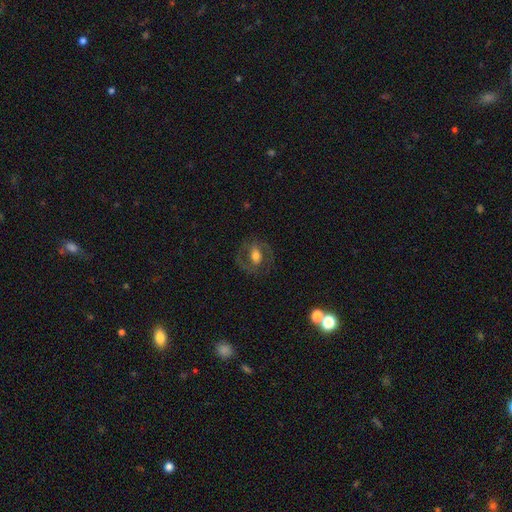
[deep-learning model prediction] Q: Smooth or featured?
A: featured or disk (64%); runner-up: smooth (29%)
Q: Edge-on disk?
A: no (95%); runner-up: yes (5%)
Q: Bar?
A: weak (36%); runner-up: no (35%)
Q: Spiral arms?
A: yes (70%); runner-up: no (30%)
Q: Bulge size?
A: moderate (62%); runner-up: large (21%)
Q: Merging?
A: none (77%); runner-up: minor disturbance (13%)